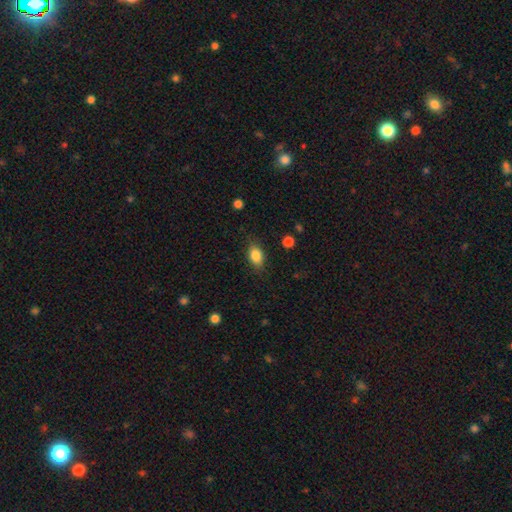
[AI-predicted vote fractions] Morphology: type=smooth (84%); roundness=in between (82%); merging=none (79%).